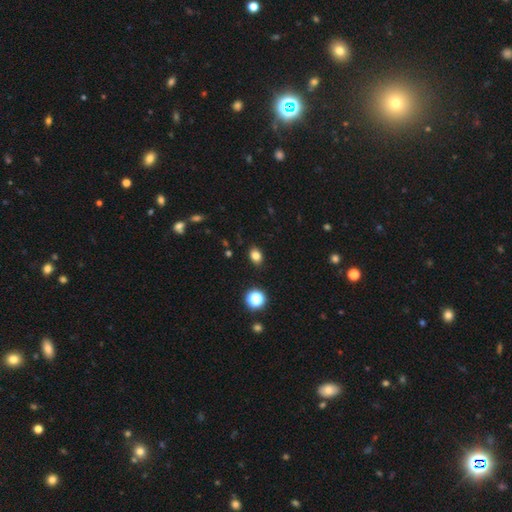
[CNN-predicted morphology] Smooth or featured?
  - smooth: 81% *
  - star or artifact: 13%
  - featured or disk: 6%
How rounded?
  - in between: 70% *
  - round: 29%
  - cigar-shaped: 1%
Merging?
  - none: 87% *
  - minor disturbance: 9%
  - major disturbance: 2%
  - merger: 1%